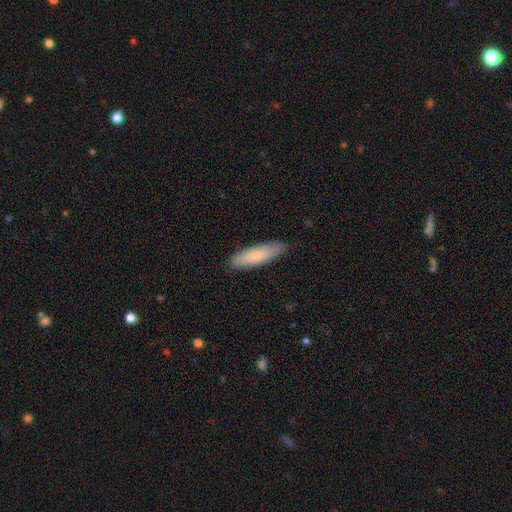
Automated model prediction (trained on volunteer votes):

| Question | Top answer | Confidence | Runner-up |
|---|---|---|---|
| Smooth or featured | smooth | 77% | featured or disk (17%) |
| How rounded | cigar-shaped | 58% | in between (40%) |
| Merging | none | 84% | minor disturbance (13%) |